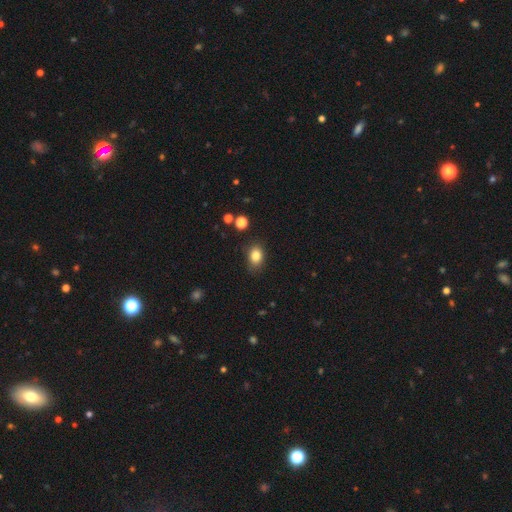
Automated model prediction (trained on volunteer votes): This is clearly a smooth galaxy (82%). How rounded: likely in between (66%). Merging: clearly none (80%).